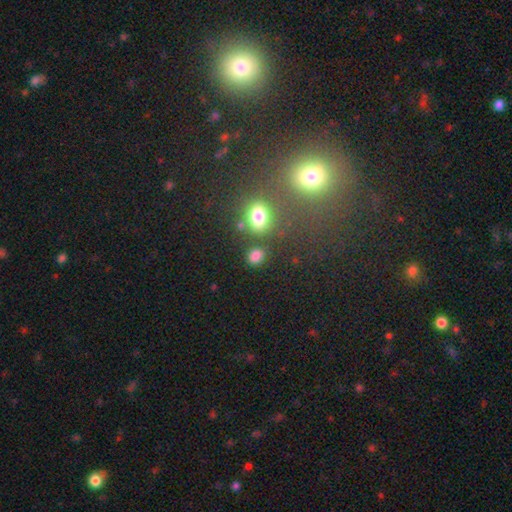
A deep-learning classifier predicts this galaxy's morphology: Smooth or featured? Predicted: smooth (p=0.79). How rounded? Predicted: round (p=0.61). Merging? Predicted: none (p=0.73).